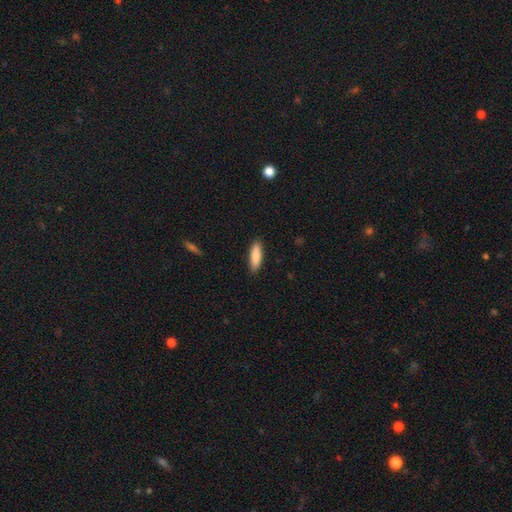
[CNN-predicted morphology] Smooth or featured? smooth (86%)
How rounded? cigar-shaped (50%)
Merging? none (88%)